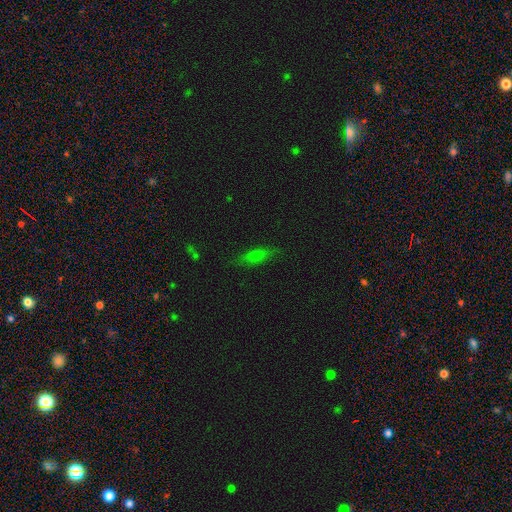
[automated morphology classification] Smooth or featured? Predicted: smooth (p=0.62). How rounded? Predicted: in between (p=0.52). Merging? Predicted: none (p=0.80).